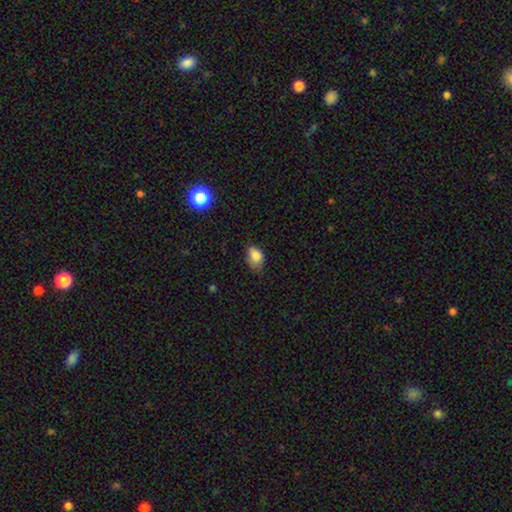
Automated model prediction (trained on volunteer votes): This appears to be a smooth galaxy with no disk features (84%) that is in between round and cigar-shaped (82%). Merging: none (52%).